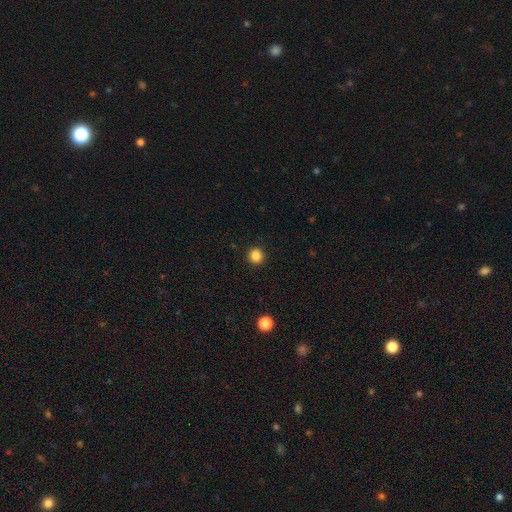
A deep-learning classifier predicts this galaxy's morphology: type=smooth (86%); roundness=round (92%); merging=none (92%).